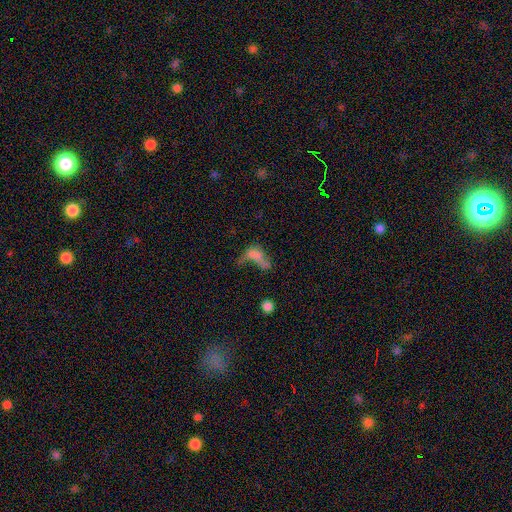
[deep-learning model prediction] This is possibly a smooth galaxy (49%). Merging: marginally major disturbance (39%).